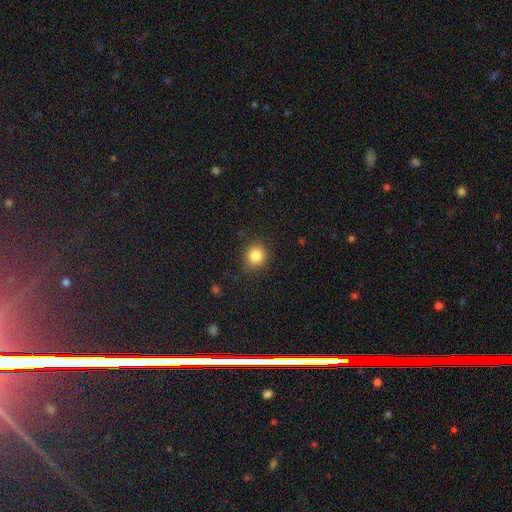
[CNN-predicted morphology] A smooth galaxy with no disk features (85%) that is round (87%).

Vote fractions:
- Smooth or featured? smooth: 85% / star or artifact: 10% / featured or disk: 5%
- How rounded? round: 87% / in between: 12% / cigar-shaped: 1%
- Merging? none: 86% / minor disturbance: 10% / major disturbance: 3% / merger: 1%